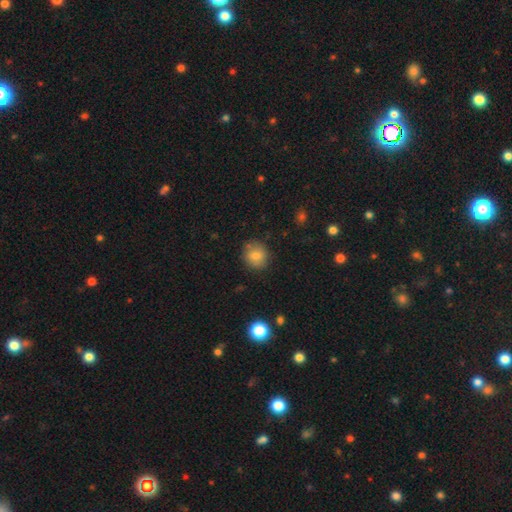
Smooth or featured: smooth — 95% (featured or disk — 3%)
How rounded: round — 81% (in between — 19%)
Merging: none — 71% (minor disturbance — 18%)